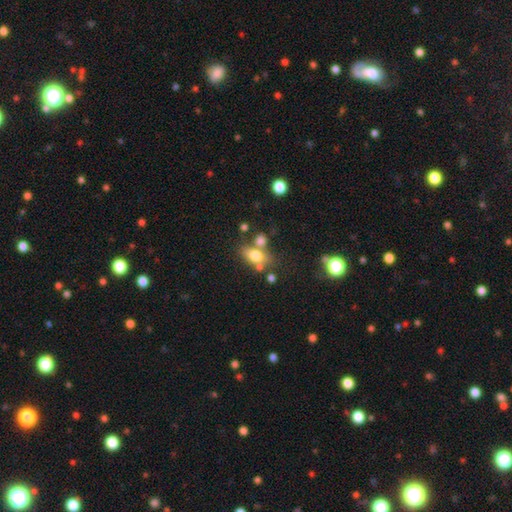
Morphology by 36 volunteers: smooth 78%, featured or disk 19%, star or artifact 3%. Down the decision tree: how rounded — in between (64%); merging — none (69%).